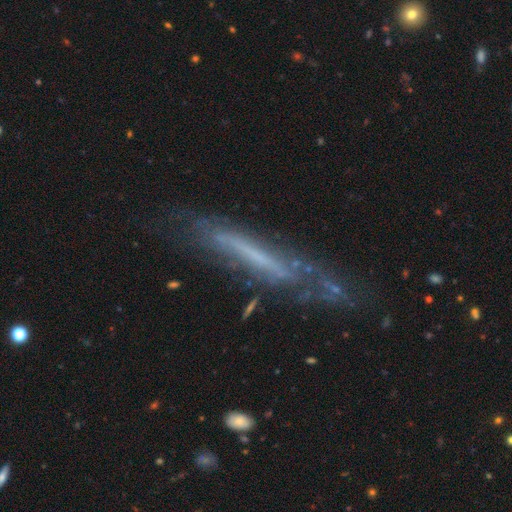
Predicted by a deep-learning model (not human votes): Smooth or featured? featured or disk (63%)
Edge-on disk? yes (66%)
Merging? none (55%)